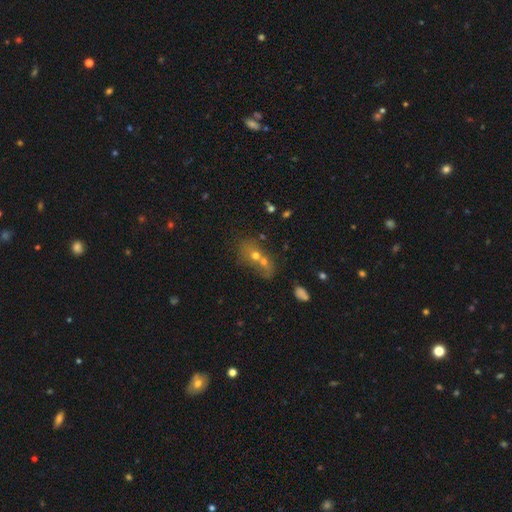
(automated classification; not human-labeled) Morphology: type=smooth (56%); roundness=in between (50%); merging=merger (68%).